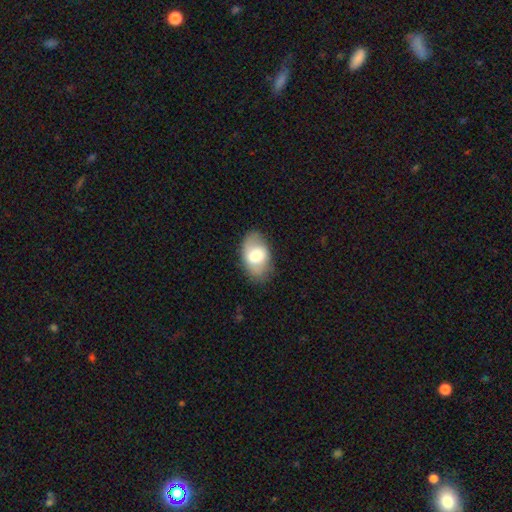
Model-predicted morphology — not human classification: smooth 67%, featured or disk 26%, star or artifact 7%. Down the decision tree: how rounded — in between (89%); merging — none (76%).